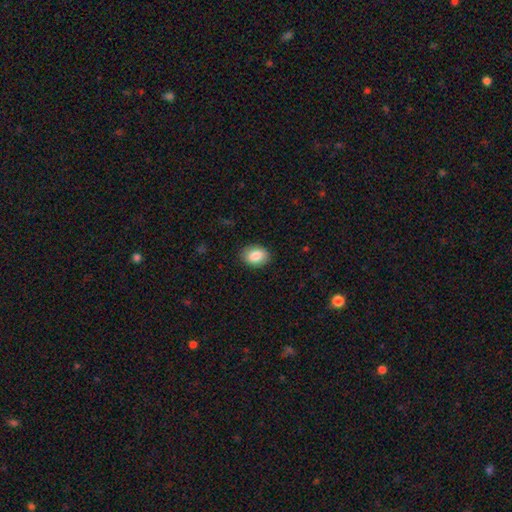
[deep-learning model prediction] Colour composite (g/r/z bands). It shows a smooth galaxy with no disk features (86%) that is in between round and cigar-shaped (68%). Merging: none (88%).